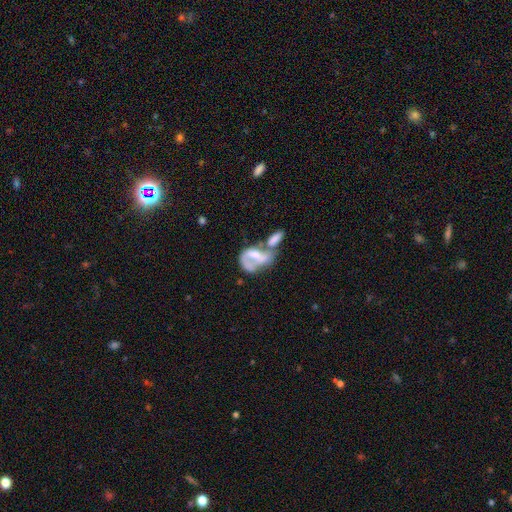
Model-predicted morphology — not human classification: Smooth or featured? featured or disk (55%)
Edge-on disk? no (96%)
Bar? no (61%)
Spiral arms? no (51%)
Bulge size? moderate (45%)
Merging? merger (57%)